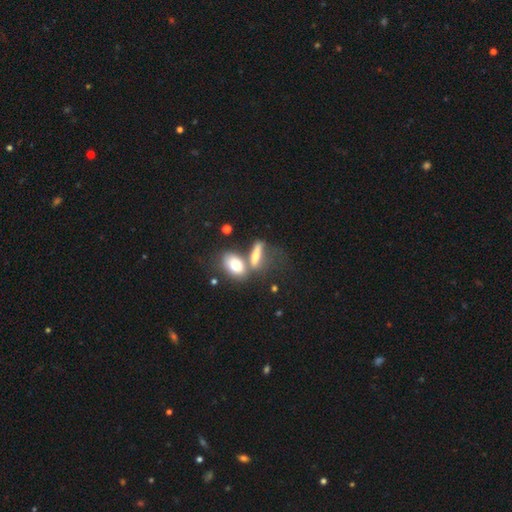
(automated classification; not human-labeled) Smooth or featured?
  - smooth: 66% *
  - featured or disk: 25%
  - star or artifact: 9%
How rounded?
  - in between: 59% *
  - cigar-shaped: 33%
  - round: 8%
Merging?
  - merger: 48% *
  - none: 31%
  - minor disturbance: 12%
  - major disturbance: 10%